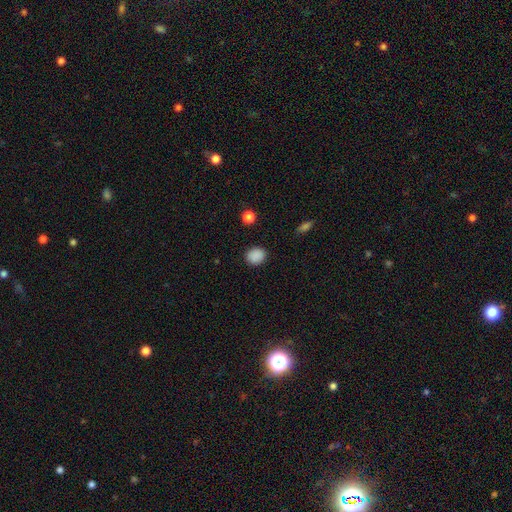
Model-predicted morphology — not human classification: This is clearly a smooth galaxy (88%). How rounded: likely round (63%). Merging: clearly none (88%).